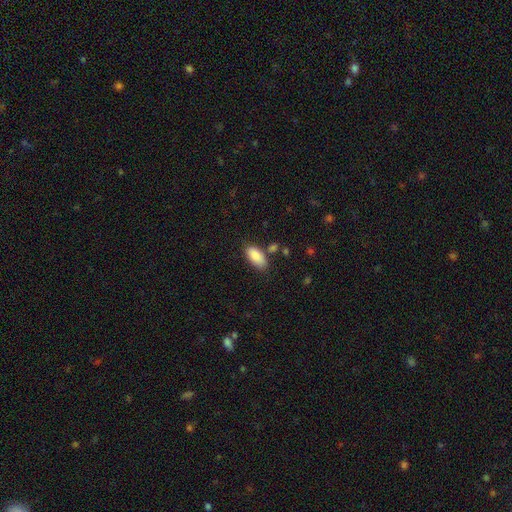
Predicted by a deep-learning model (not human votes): Overall: smooth (88%). How rounded: in between (90%). Merging: none (76%).